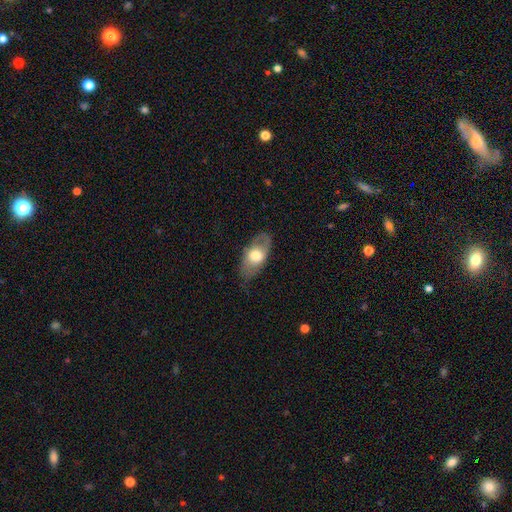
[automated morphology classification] smooth 54%, featured or disk 39%, star or artifact 6%. Down the decision tree: how rounded — in between (90%); merging — none (72%).